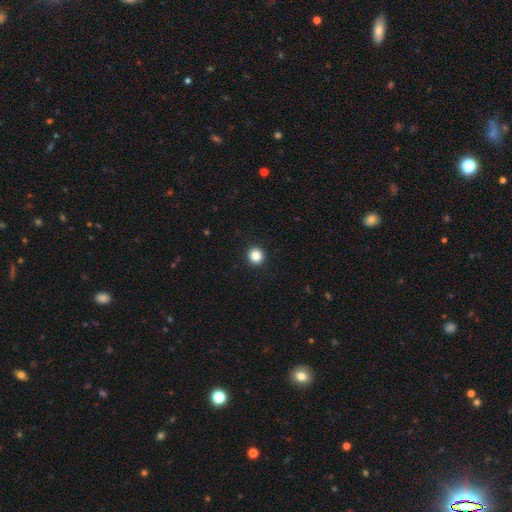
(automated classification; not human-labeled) smooth_or_featured: smooth (p=0.86) [alt: star or artifact p=0.10]
how_rounded: round (p=0.93) [alt: in between p=0.06]
merging: none (p=0.93) [alt: minor disturbance p=0.04]